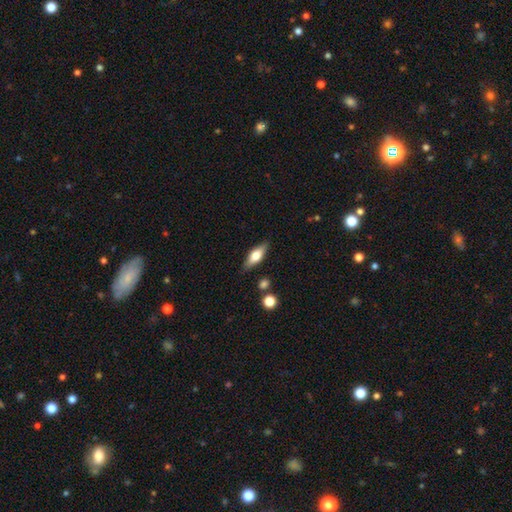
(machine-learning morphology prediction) The model was most divided on "smooth or featured": smooth: 55%, featured or disk: 39%, star or artifact: 7%. More confident: merging — none (83%); how rounded — in between (62%).